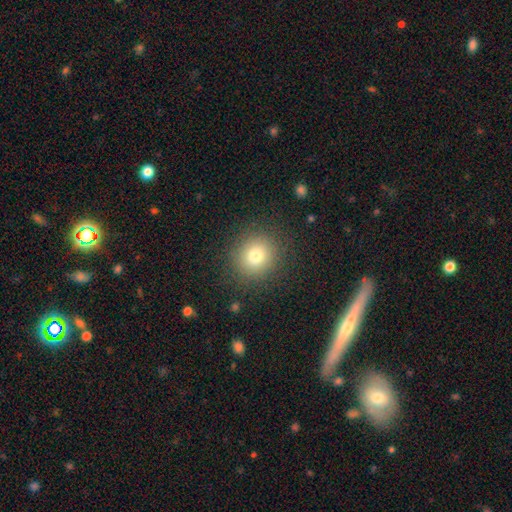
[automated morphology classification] smooth 77%, star or artifact 13%, featured or disk 10%. Down the decision tree: how rounded — round (87%); merging — none (87%).